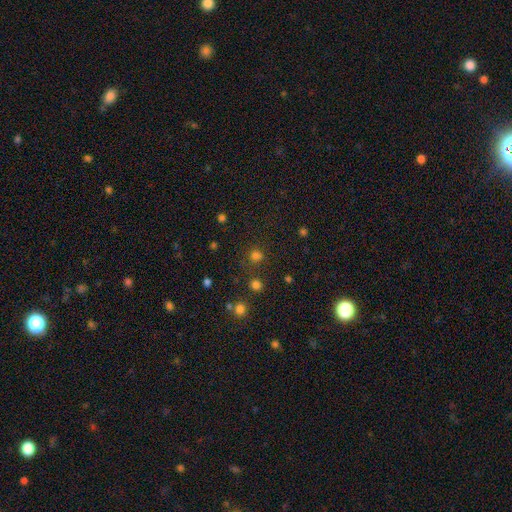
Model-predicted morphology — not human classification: smooth-or-featured: smooth: 69% | star or artifact: 25% | featured or disk: 6%
  how-rounded: round: 87% | in between: 12% | cigar-shaped: 1%
  merging: none: 73% | merger: 11% | minor disturbance: 11% | major disturbance: 5%